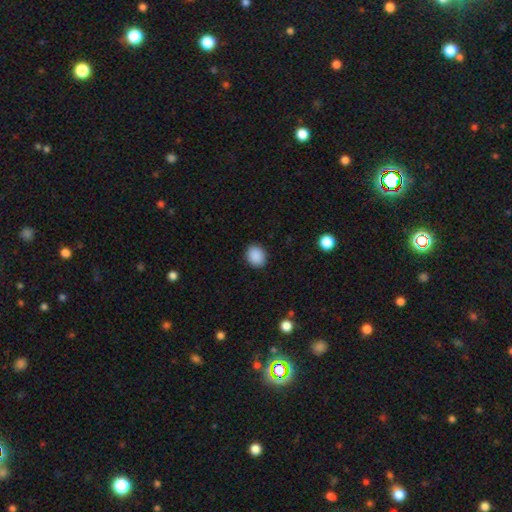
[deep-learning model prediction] Morphology: type=smooth (89%); roundness=round (62%); merging=none (90%).